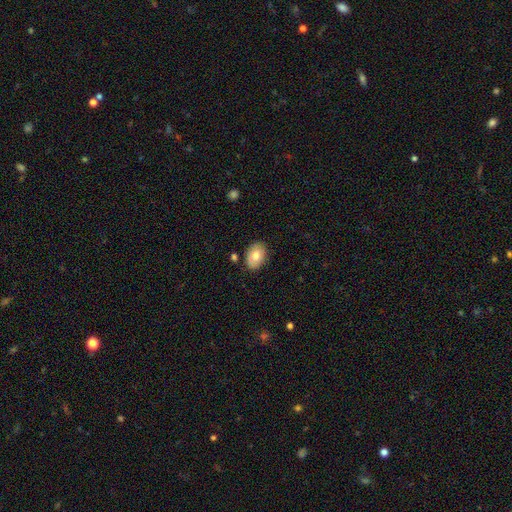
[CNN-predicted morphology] Smooth or featured?
  - smooth: 76% *
  - featured or disk: 17%
  - star or artifact: 7%
How rounded?
  - in between: 84% *
  - round: 15%
  - cigar-shaped: 1%
Merging?
  - none: 84% *
  - minor disturbance: 12%
  - merger: 2%
  - major disturbance: 2%